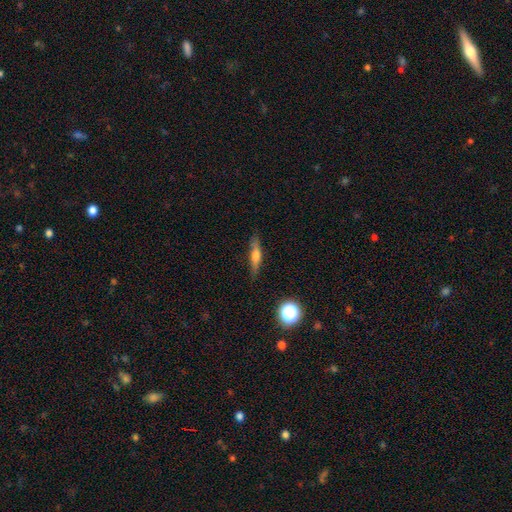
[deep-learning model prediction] Smooth or featured?
  - smooth: 46% *
  - featured or disk: 45%
  - star or artifact: 9%
Merging?
  - none: 83% *
  - minor disturbance: 13%
  - major disturbance: 3%
  - merger: 2%